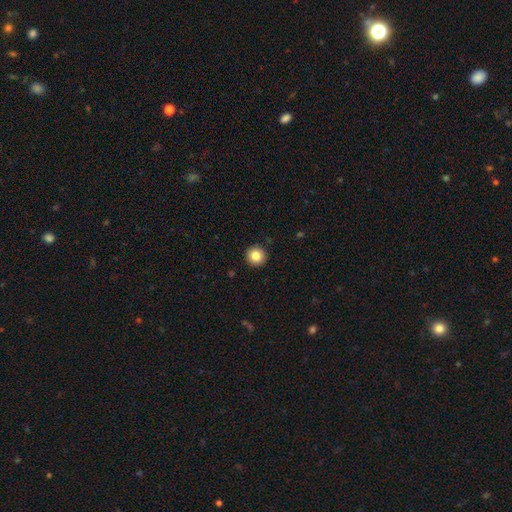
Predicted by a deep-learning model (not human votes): This appears to be a smooth galaxy with no disk features (84%) that is round (95%). Merging: none (92%).